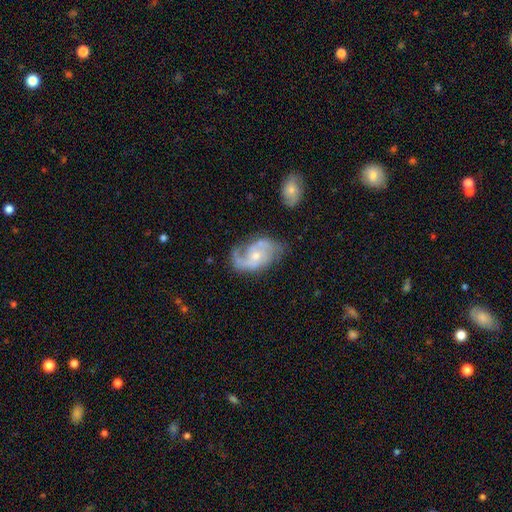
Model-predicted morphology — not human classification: Q: Smooth or featured?
A: featured or disk (84%); runner-up: smooth (10%)
Q: Edge-on disk?
A: no (97%); runner-up: yes (3%)
Q: Bar?
A: no (65%); runner-up: weak (30%)
Q: Spiral arms?
A: yes (94%); runner-up: no (6%)
Q: Spiral winding?
A: medium (48%); runner-up: loose (32%)
Q: Spiral arm count?
A: 2 (69%); runner-up: 1 (12%)
Q: Bulge size?
A: small (53%); runner-up: moderate (43%)
Q: Merging?
A: none (57%); runner-up: minor disturbance (23%)